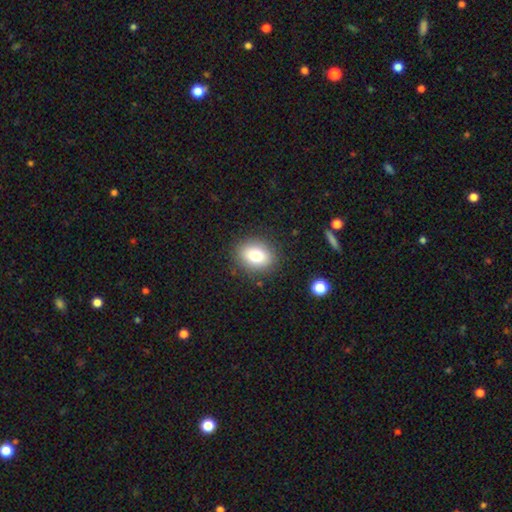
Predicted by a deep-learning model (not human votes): Smooth or featured?
  - smooth: 78% *
  - featured or disk: 11%
  - star or artifact: 10%
How rounded?
  - in between: 53% *
  - round: 46%
  - cigar-shaped: 1%
Merging?
  - none: 87% *
  - minor disturbance: 8%
  - major disturbance: 3%
  - merger: 1%